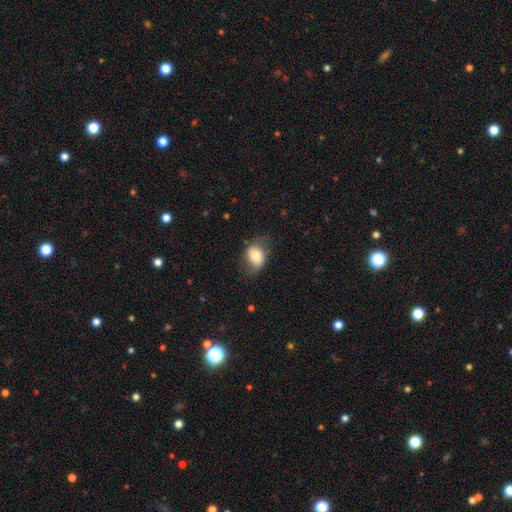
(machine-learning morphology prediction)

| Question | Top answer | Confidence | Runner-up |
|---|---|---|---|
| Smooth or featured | smooth | 69% | featured or disk (23%) |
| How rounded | in between | 64% | round (34%) |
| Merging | none | 61% | minor disturbance (26%) |